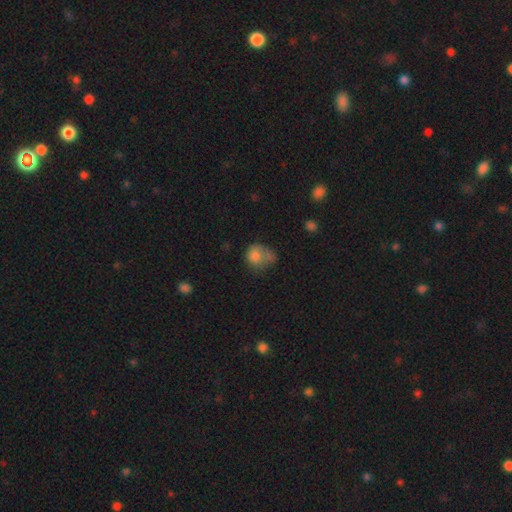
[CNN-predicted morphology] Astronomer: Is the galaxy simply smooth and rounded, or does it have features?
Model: smooth — 76%.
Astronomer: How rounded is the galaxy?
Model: round — 59% (runner-up: in between, 40%).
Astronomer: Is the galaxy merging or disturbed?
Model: none — 28% (runner-up: major disturbance, 26%).